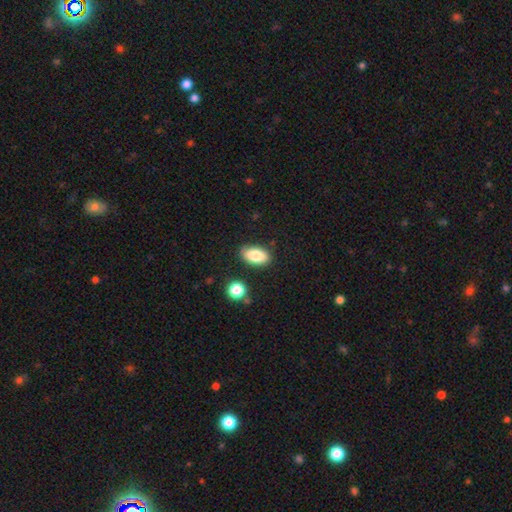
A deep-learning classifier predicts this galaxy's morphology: type=smooth (84%); roundness=in between (91%); merging=none (84%).